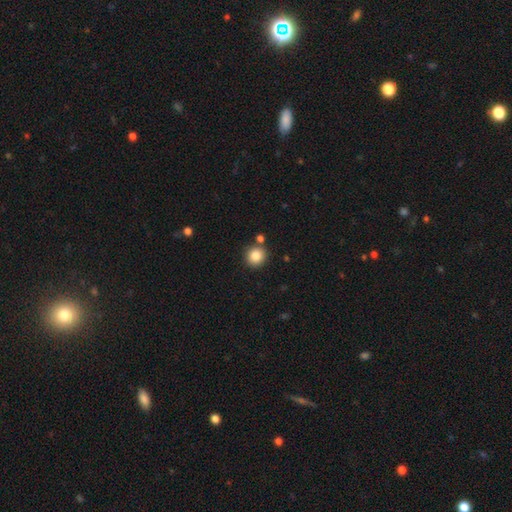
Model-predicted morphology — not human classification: A smooth galaxy with no disk features (85%) that is round (91%).

Vote fractions:
- Smooth or featured? smooth: 85% / star or artifact: 10% / featured or disk: 6%
- How rounded? round: 91% / in between: 8% / cigar-shaped: 1%
- Merging? none: 81% / merger: 9% / minor disturbance: 8% / major disturbance: 2%